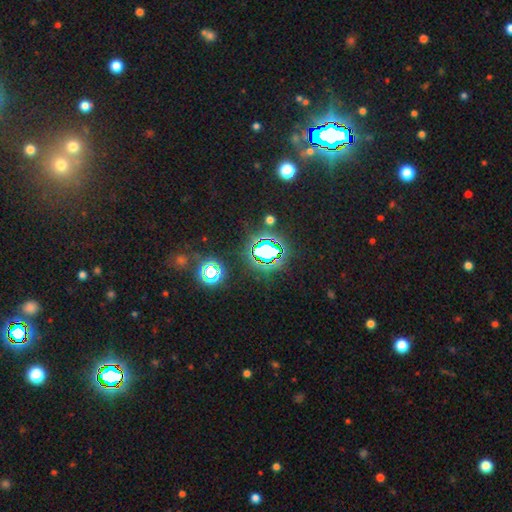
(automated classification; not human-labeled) Overall: star or artifact (79%).